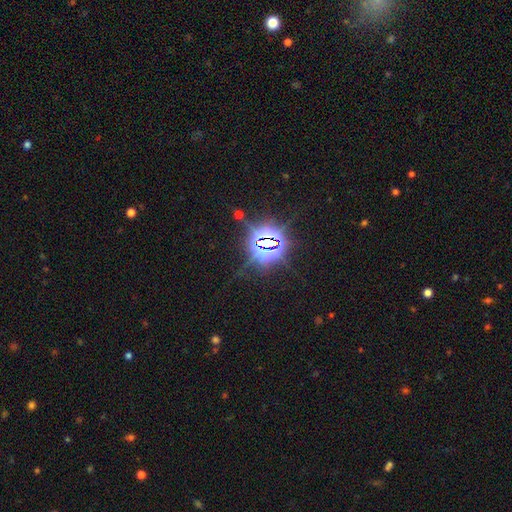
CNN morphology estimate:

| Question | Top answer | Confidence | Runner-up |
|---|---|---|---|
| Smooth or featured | star or artifact | 86% | smooth (8%) |